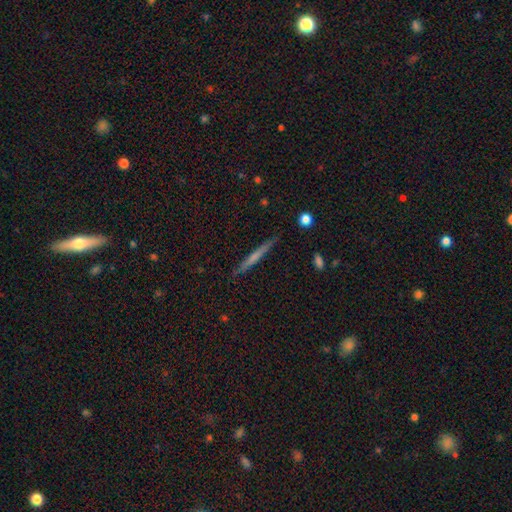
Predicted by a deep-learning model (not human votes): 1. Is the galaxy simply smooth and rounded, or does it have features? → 59% featured or disk, 29% smooth, 12% star or artifact.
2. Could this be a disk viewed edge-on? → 97% yes, 3% no.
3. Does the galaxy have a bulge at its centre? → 49% rounded, 41% none, 9% boxy.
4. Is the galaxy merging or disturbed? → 90% none, 7% minor disturbance, 2% major disturbance, 1% merger.